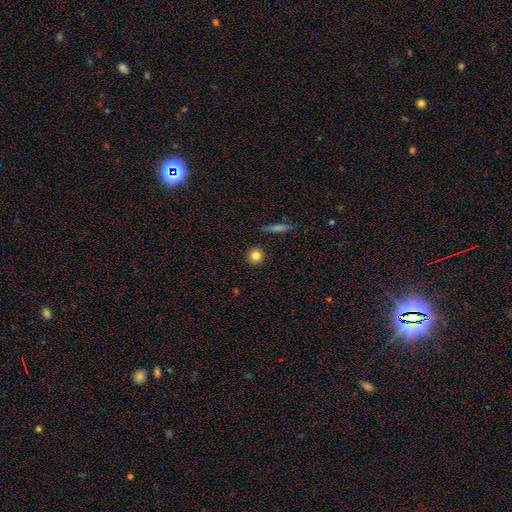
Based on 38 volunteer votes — smooth-or-featured: smooth: 92% | featured or disk: 5% | star or artifact: 3%
  how-rounded: round: 89% | in between: 9% | cigar-shaped: 3%
  merging: none: 100% | minor disturbance: 0% | major disturbance: 0% | merger: 0%